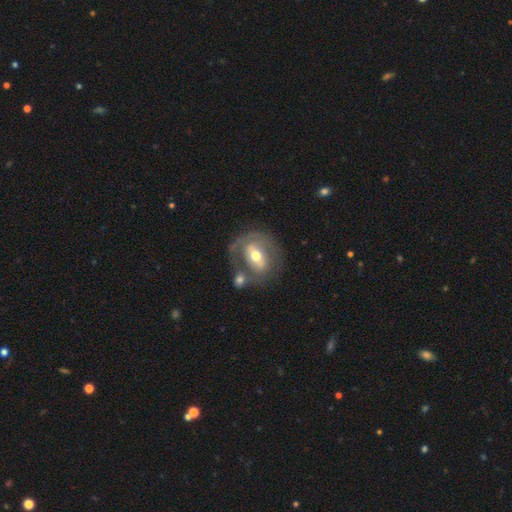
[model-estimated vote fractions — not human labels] Q: Smooth or featured?
A: featured or disk (66%); runner-up: smooth (28%)
Q: Edge-on disk?
A: no (93%); runner-up: yes (7%)
Q: Bar?
A: strong (39%); runner-up: weak (35%)
Q: Spiral arms?
A: no (52%); runner-up: yes (48%)
Q: Bulge size?
A: moderate (71%); runner-up: small (19%)
Q: Merging?
A: none (48%); runner-up: merger (22%)